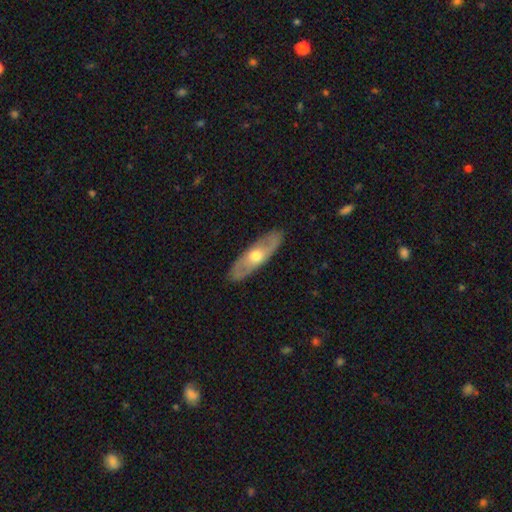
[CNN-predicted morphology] Smooth or featured? Predicted: featured or disk (p=0.56). Edge-on disk? Predicted: no (p=0.59). Merging? Predicted: none (p=0.87).